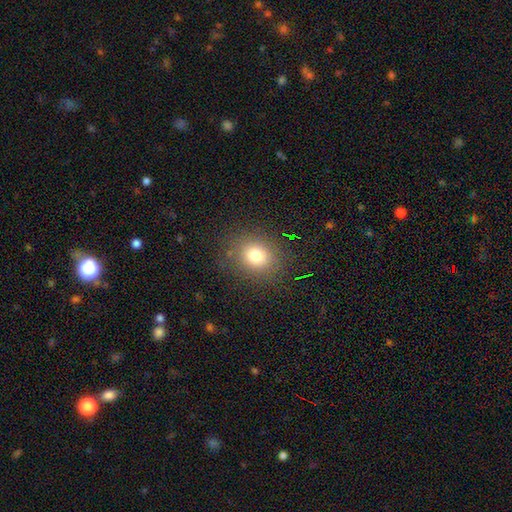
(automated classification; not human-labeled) Smooth or featured?
  - smooth: 76% *
  - star or artifact: 15%
  - featured or disk: 9%
How rounded?
  - round: 69% *
  - in between: 30%
  - cigar-shaped: 1%
Merging?
  - none: 85% *
  - minor disturbance: 9%
  - major disturbance: 4%
  - merger: 1%